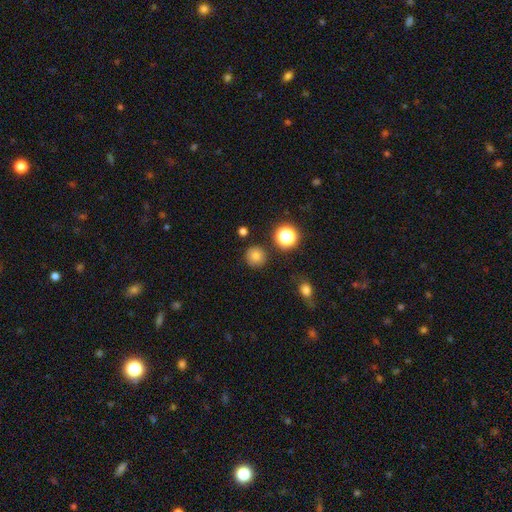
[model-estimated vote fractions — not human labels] This is likely a smooth galaxy (79%). How rounded: clearly round (94%). Merging: clearly none (87%).